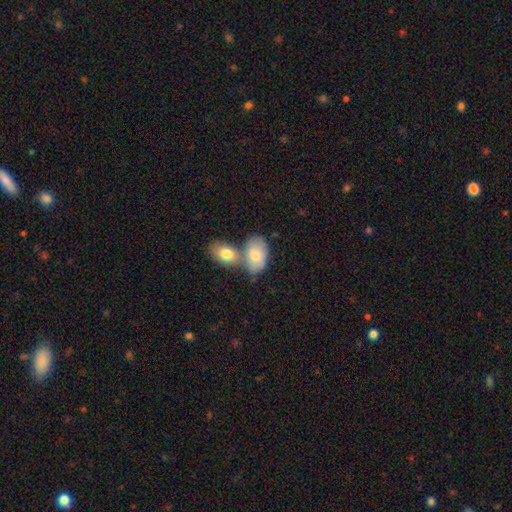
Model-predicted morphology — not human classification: Smooth or featured?
  - smooth: 77% *
  - featured or disk: 17%
  - star or artifact: 6%
How rounded?
  - in between: 92% *
  - round: 7%
  - cigar-shaped: 1%
Merging?
  - merger: 46% *
  - none: 39%
  - minor disturbance: 11%
  - major disturbance: 4%